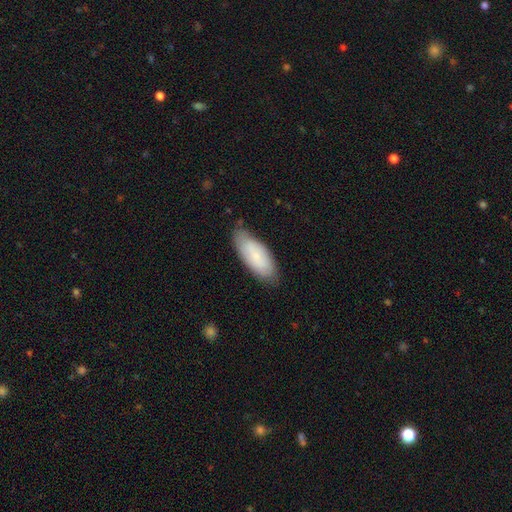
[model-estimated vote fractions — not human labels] Q: Smooth or featured?
A: smooth (75%); runner-up: featured or disk (18%)
Q: How rounded?
A: in between (80%); runner-up: cigar-shaped (19%)
Q: Merging?
A: none (74%); runner-up: minor disturbance (21%)